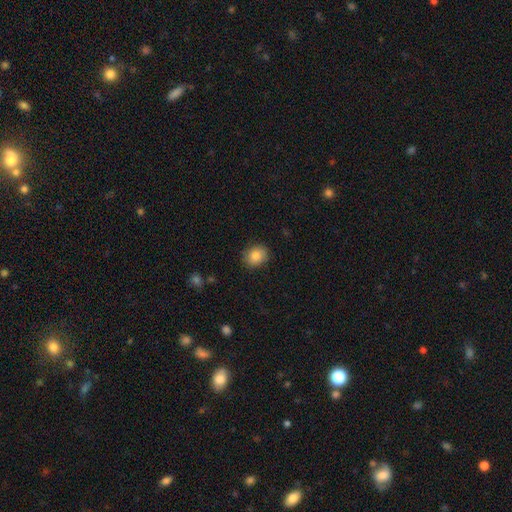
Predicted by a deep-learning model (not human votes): Overall: smooth (84%). How rounded: round (58%; in between 41%). Merging: none (86%).